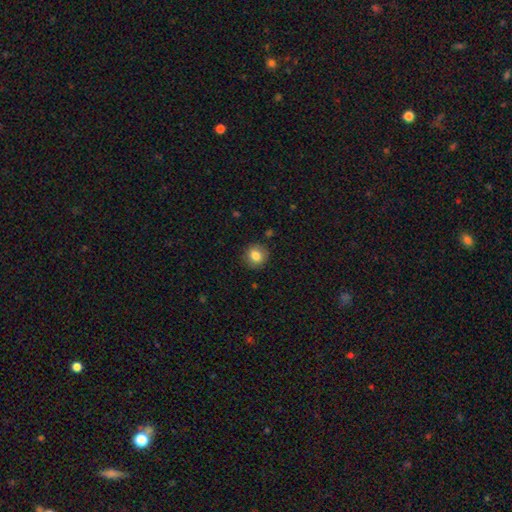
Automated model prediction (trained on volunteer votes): Smooth or featured? smooth (83%)
How rounded? round (84%)
Merging? none (88%)